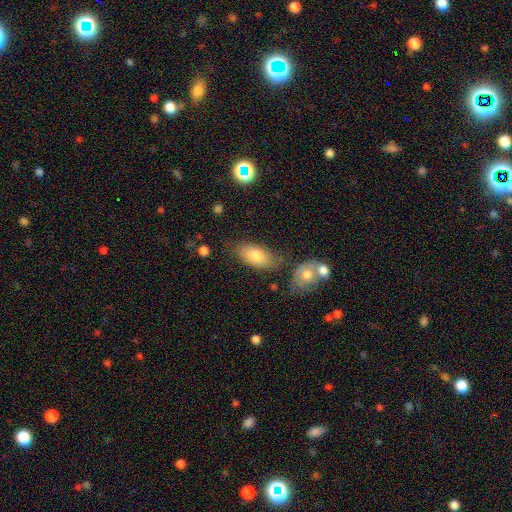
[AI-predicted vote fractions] A smooth galaxy with no disk features (78%) that is in between round and cigar-shaped (92%).

Vote fractions:
- Smooth or featured? smooth: 78% / featured or disk: 14% / star or artifact: 8%
- How rounded? in between: 92% / round: 4% / cigar-shaped: 4%
- Merging? none: 68% / minor disturbance: 17% / merger: 10% / major disturbance: 5%